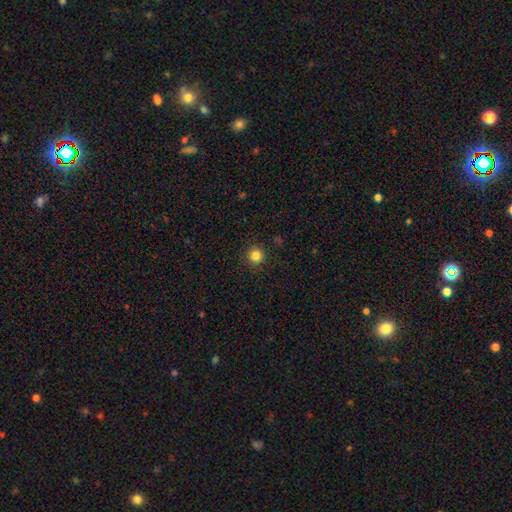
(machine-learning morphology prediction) smooth_or_featured: smooth (p=0.84) [alt: star or artifact p=0.12]
how_rounded: round (p=0.95) [alt: in between p=0.04]
merging: none (p=0.91) [alt: minor disturbance p=0.06]